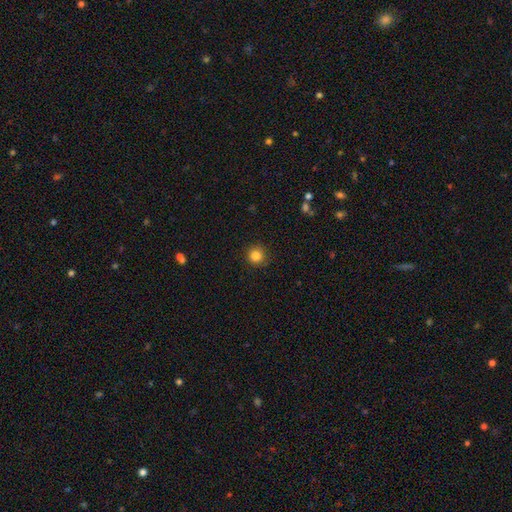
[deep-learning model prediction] A smooth galaxy with no disk features (85%) that is round (94%).

Vote fractions:
- Smooth or featured? smooth: 85% / star or artifact: 11% / featured or disk: 4%
- How rounded? round: 94% / in between: 5% / cigar-shaped: 1%
- Merging? none: 89% / minor disturbance: 7% / major disturbance: 2% / merger: 1%